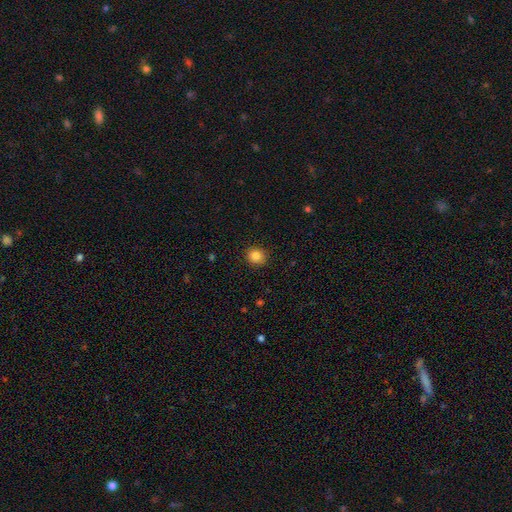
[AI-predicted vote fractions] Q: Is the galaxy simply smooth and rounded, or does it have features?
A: smooth — 84%.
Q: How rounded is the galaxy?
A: round — 83%.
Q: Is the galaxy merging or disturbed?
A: none — 89%.